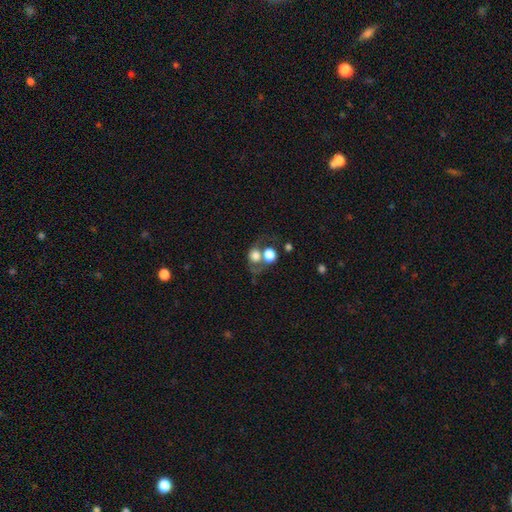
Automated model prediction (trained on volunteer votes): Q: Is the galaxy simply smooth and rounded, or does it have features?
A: smooth — 68%.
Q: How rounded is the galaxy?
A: round — 70%.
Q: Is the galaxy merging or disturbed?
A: merger — 49%.